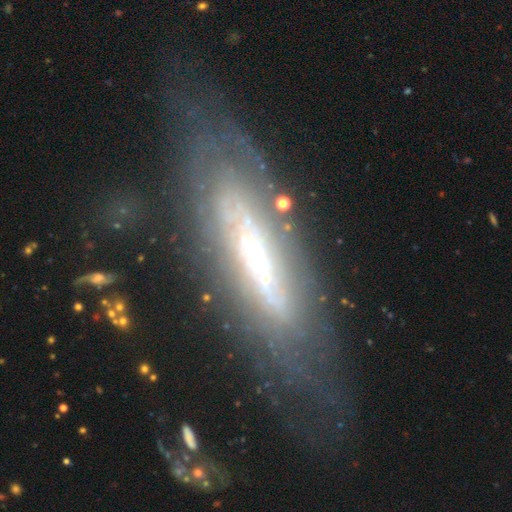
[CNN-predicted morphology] Smooth or featured? featured or disk (74%)
Edge-on disk? no (65%)
Merging? none (64%)